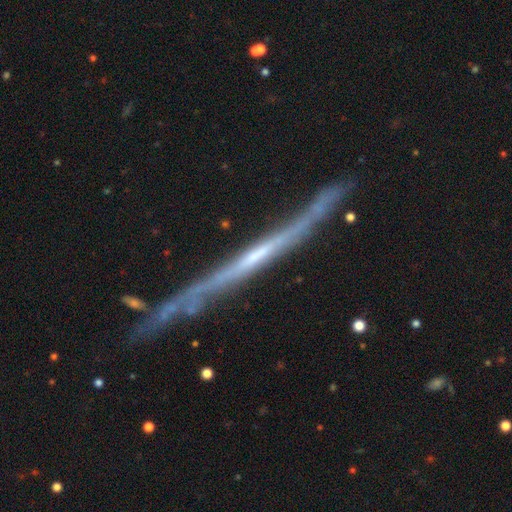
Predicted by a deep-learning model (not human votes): A featured or disk galaxy (79%) viewed edge-on (93%) with no central bulge (74%). Merging: none (66%).